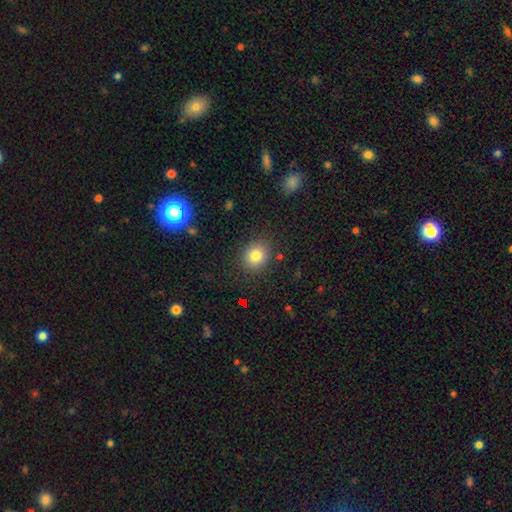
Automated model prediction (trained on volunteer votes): This appears to be a smooth galaxy with no disk features (80%) that is round (68%). Merging: none (87%).